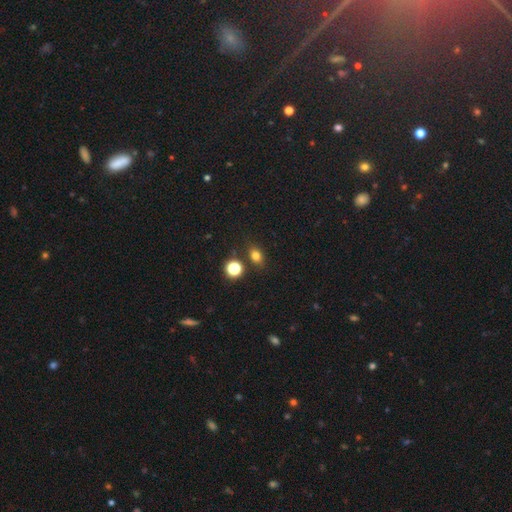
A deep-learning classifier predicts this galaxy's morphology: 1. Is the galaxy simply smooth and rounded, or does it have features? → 77% smooth, 16% star or artifact, 8% featured or disk.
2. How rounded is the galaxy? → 62% in between, 36% round, 2% cigar-shaped.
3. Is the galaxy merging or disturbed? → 80% none, 11% minor disturbance, 6% merger, 3% major disturbance.